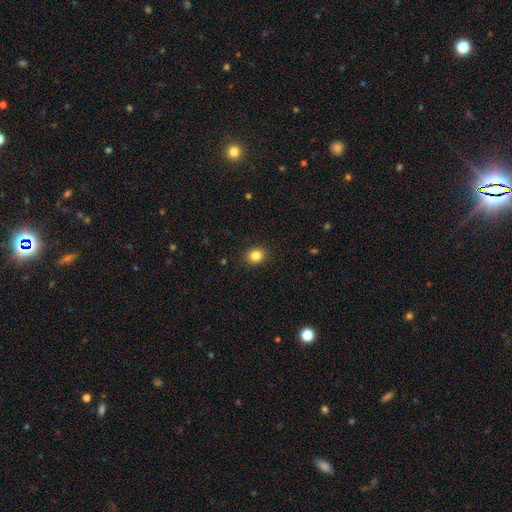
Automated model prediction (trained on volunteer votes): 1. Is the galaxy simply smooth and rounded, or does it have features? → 83% smooth, 11% star or artifact, 6% featured or disk.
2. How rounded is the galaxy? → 68% round, 31% in between, 1% cigar-shaped.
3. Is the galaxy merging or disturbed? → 90% none, 7% minor disturbance, 2% major disturbance, 1% merger.